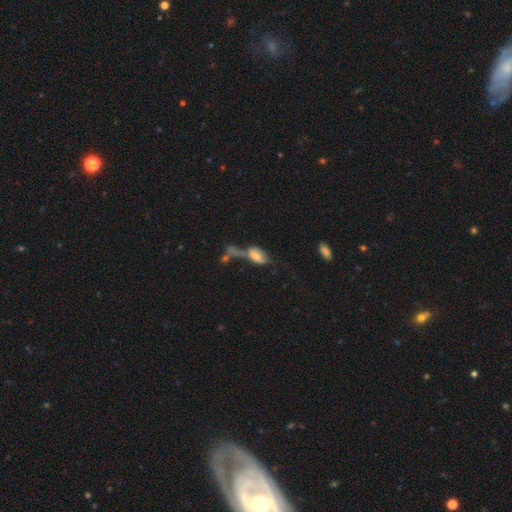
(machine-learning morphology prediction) Smooth or featured: smooth — 67% (featured or disk — 23%)
How rounded: in between — 86% (cigar-shaped — 8%)
Merging: merger — 40% (major disturbance — 27%)